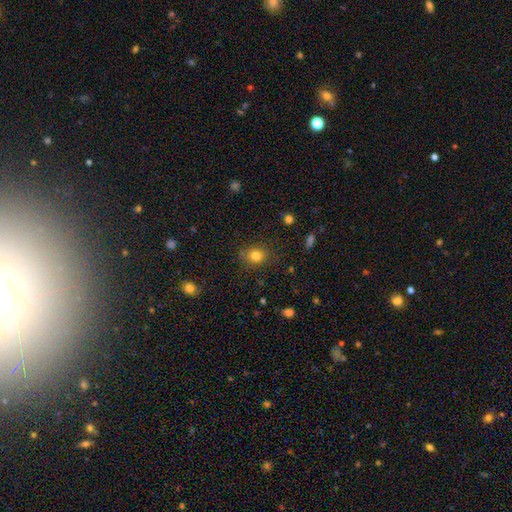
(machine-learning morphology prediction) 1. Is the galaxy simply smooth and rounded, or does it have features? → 81% smooth, 13% star or artifact, 6% featured or disk.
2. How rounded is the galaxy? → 67% round, 32% in between, 1% cigar-shaped.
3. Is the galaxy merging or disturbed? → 81% none, 13% minor disturbance, 4% major disturbance, 2% merger.